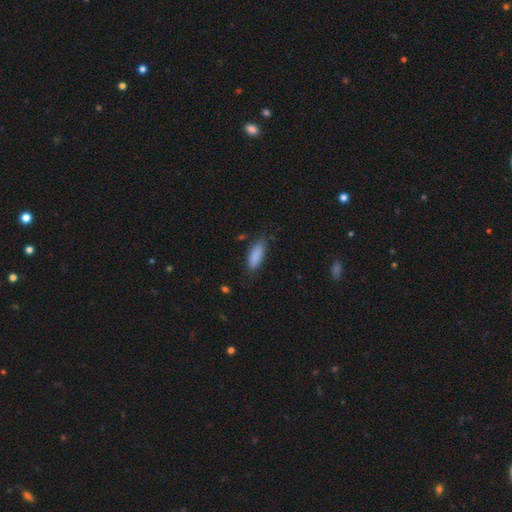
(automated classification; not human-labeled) Morphology: type=smooth (88%); roundness=in between (69%); merging=none (74%).